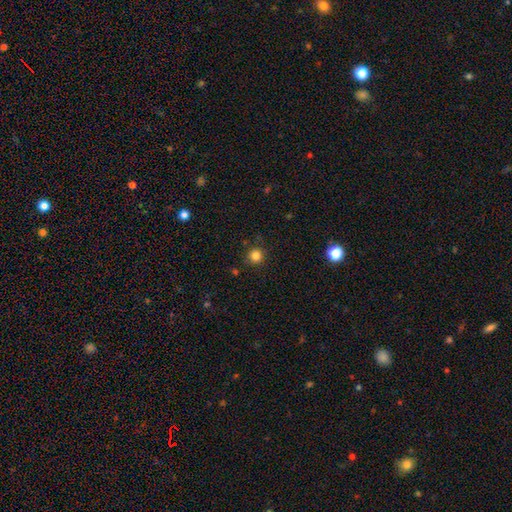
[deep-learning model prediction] Smooth or featured? smooth (83%)
How rounded? round (94%)
Merging? none (88%)